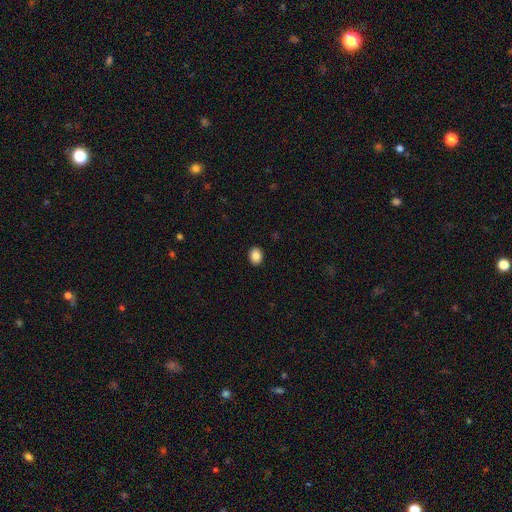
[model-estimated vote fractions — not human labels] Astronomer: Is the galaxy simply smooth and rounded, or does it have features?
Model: smooth — 87%.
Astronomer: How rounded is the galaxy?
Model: round — 51% (runner-up: in between, 48%).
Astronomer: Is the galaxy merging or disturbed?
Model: none — 92%.